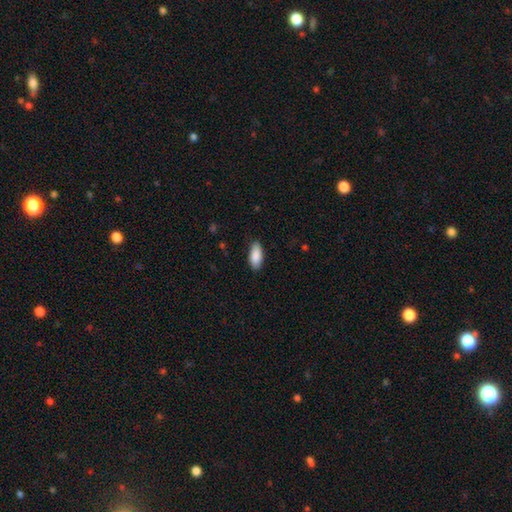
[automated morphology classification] Q: Smooth or featured?
A: smooth (89%); runner-up: star or artifact (6%)
Q: How rounded?
A: in between (85%); runner-up: cigar-shaped (13%)
Q: Merging?
A: none (86%); runner-up: minor disturbance (11%)